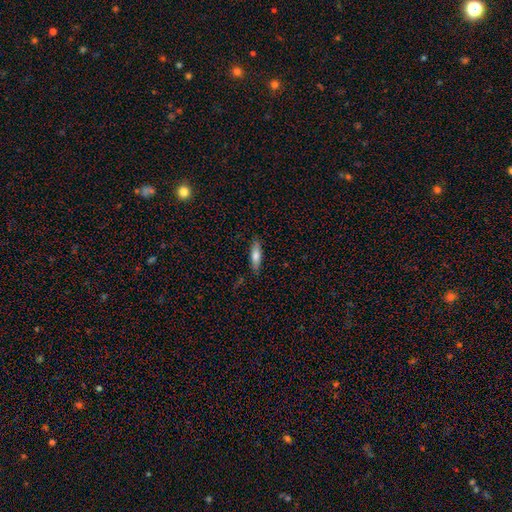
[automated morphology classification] smooth 75%, featured or disk 19%, star or artifact 6%. Down the decision tree: how rounded — cigar-shaped (52%); merging — none (83%).